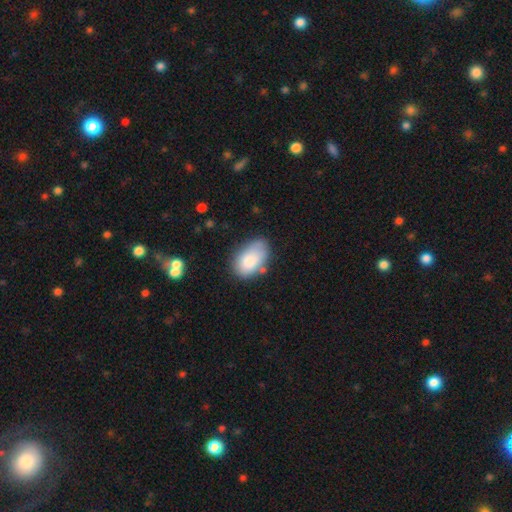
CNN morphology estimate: type=smooth (82%); roundness=in between (90%); merging=none (62%).